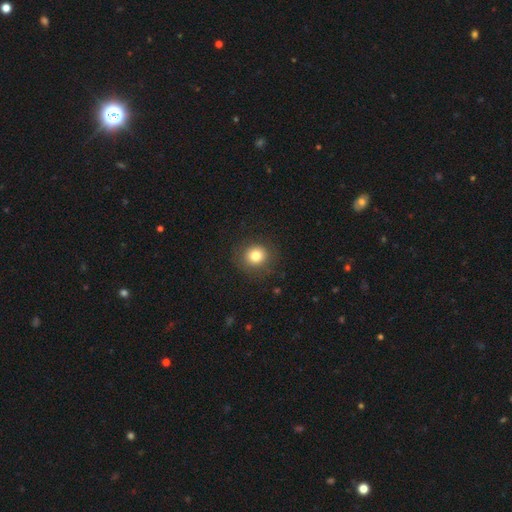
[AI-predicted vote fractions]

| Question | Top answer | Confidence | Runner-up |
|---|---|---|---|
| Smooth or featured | smooth | 81% | star or artifact (11%) |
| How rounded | round | 90% | in between (9%) |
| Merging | none | 88% | minor disturbance (8%) |